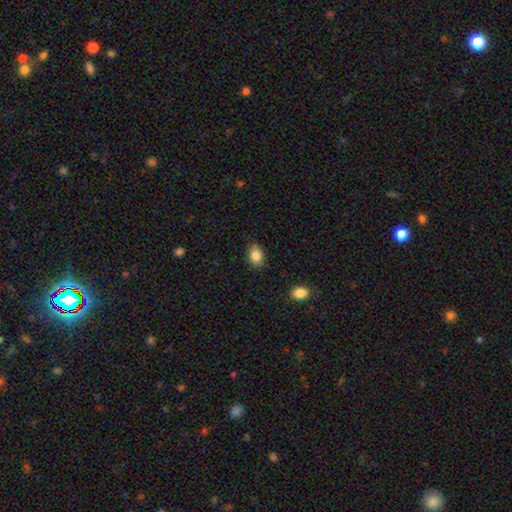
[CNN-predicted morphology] This appears to be a smooth galaxy with no disk features (86%) that is in between round and cigar-shaped (61%). Merging: none (79%).